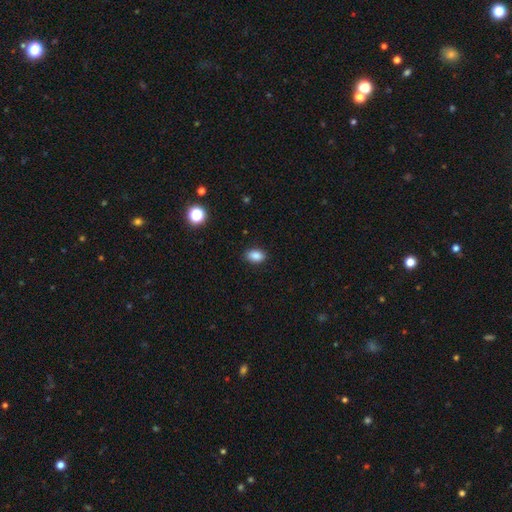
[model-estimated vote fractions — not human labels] This appears to be a smooth galaxy with no disk features (86%) that is in between round and cigar-shaped (85%). Merging: none (87%).